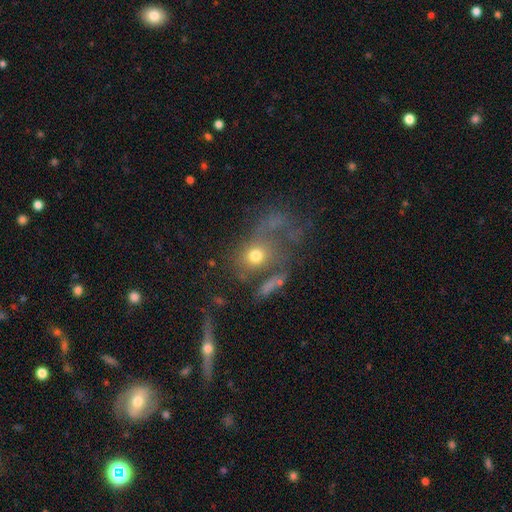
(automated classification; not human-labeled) Smooth or featured? smooth (56%)
How rounded? round (53%)
Merging? major disturbance (43%)